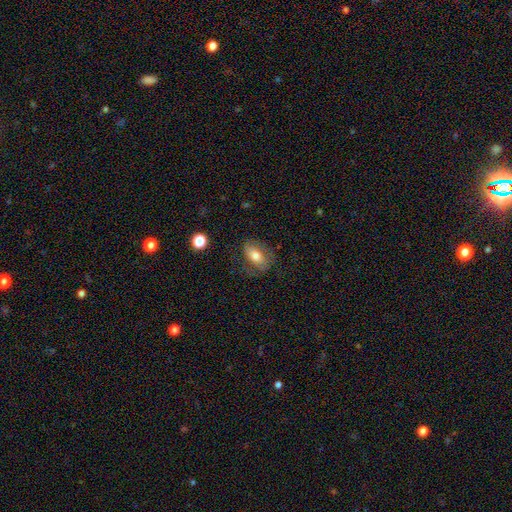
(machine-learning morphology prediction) type=smooth (64%); roundness=in between (87%); merging=none (67%).